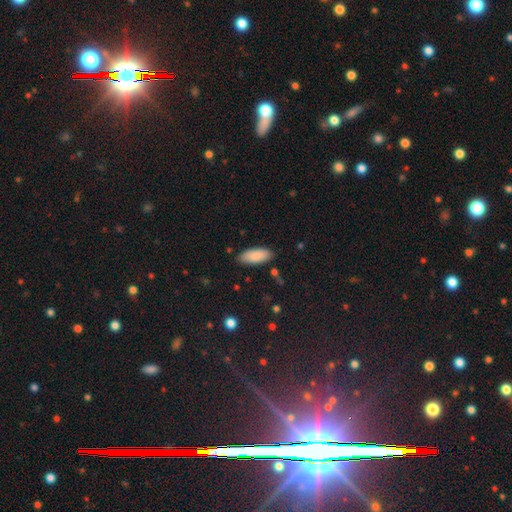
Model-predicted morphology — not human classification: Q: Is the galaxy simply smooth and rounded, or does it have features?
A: smooth — 88%.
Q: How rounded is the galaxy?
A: in between — 82%.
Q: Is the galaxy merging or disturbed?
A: none — 85%.